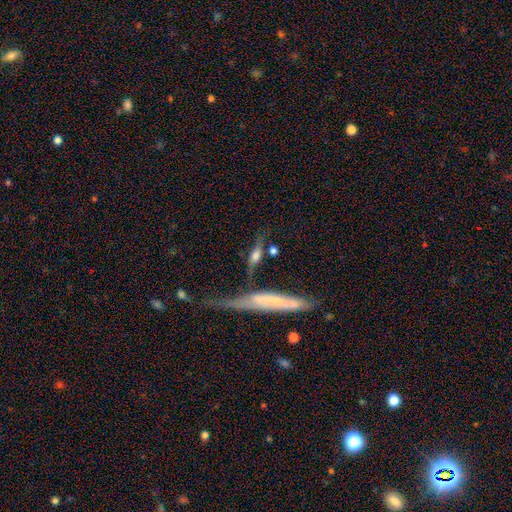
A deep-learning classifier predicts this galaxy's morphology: Smooth or featured: featured or disk — 47% (smooth — 44%)
Merging: none — 51% (merger — 19%)